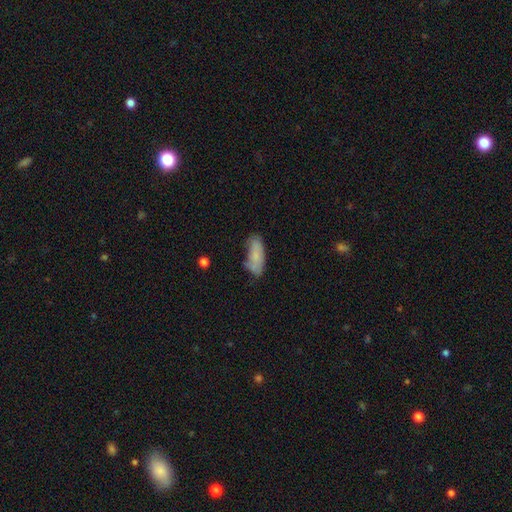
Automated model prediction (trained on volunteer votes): This appears to be a smooth galaxy with no disk features (76%) that is in between round and cigar-shaped (75%). Merging: none (57%).